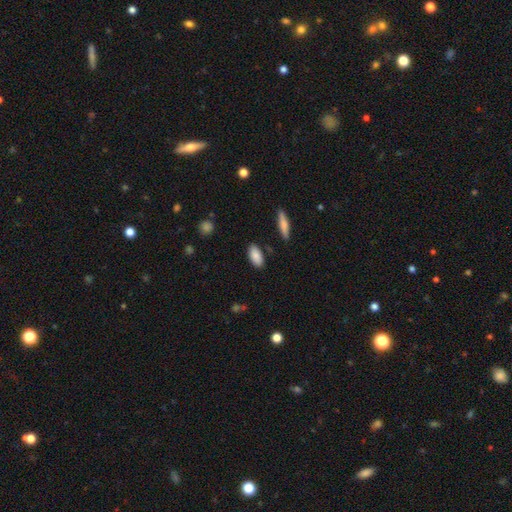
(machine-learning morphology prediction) The model was most divided on "merging": none: 86%, minor disturbance: 10%, major disturbance: 2%, merger: 2%. More confident: how rounded — in between (90%); smooth or featured — smooth (87%).